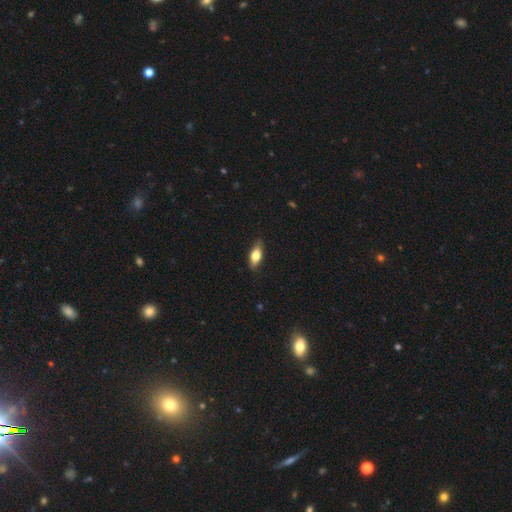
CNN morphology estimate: A smooth galaxy with no disk features (67%) that is in between round and cigar-shaped (75%).

Vote fractions:
- Smooth or featured? smooth: 67% / featured or disk: 27% / star or artifact: 6%
- How rounded? in between: 75% / cigar-shaped: 21% / round: 4%
- Merging? none: 84% / minor disturbance: 13% / major disturbance: 2% / merger: 1%